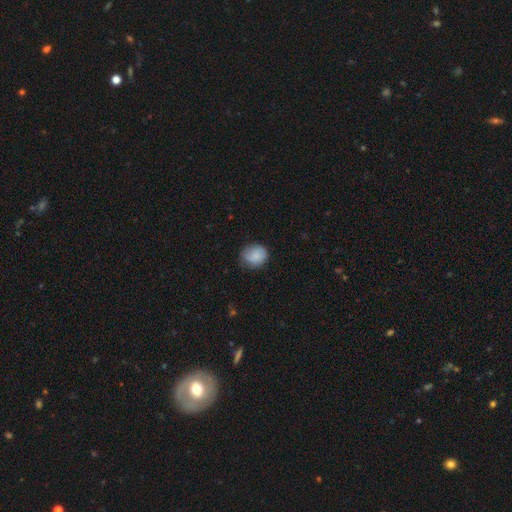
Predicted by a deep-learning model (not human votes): Smooth or featured: smooth — 85% (star or artifact — 8%)
How rounded: round — 69% (in between — 30%)
Merging: none — 66% (minor disturbance — 27%)